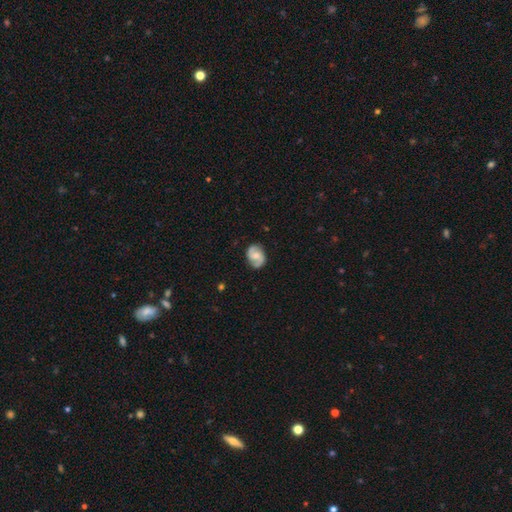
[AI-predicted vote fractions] This appears to be a featured or disk galaxy (75%) with no bar (51%), 2 (92%) medium (50%) spiral arms (95%) and a moderate central bulge (46%). Merging: none (82%).